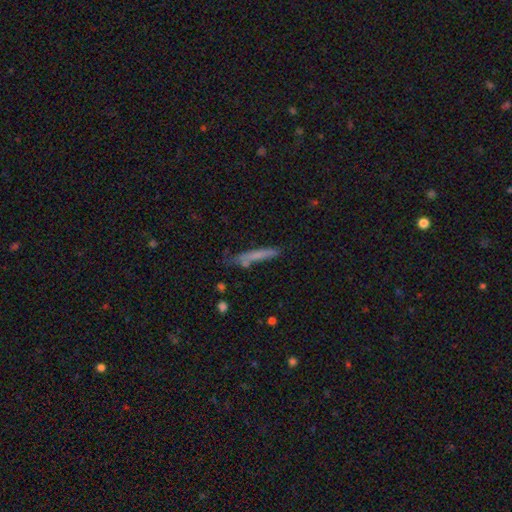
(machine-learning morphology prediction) Overall: smooth (65%; featured or disk 26%). How rounded: cigar-shaped (92%). Merging: none (67%).